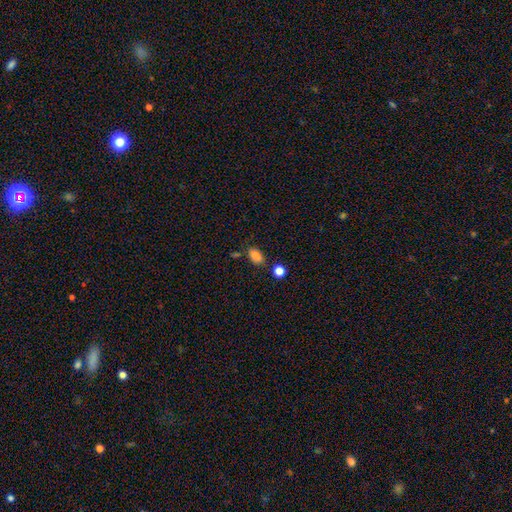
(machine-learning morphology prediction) A smooth galaxy with no disk features (84%) that is in between round and cigar-shaped (88%). Merging: none (76%).